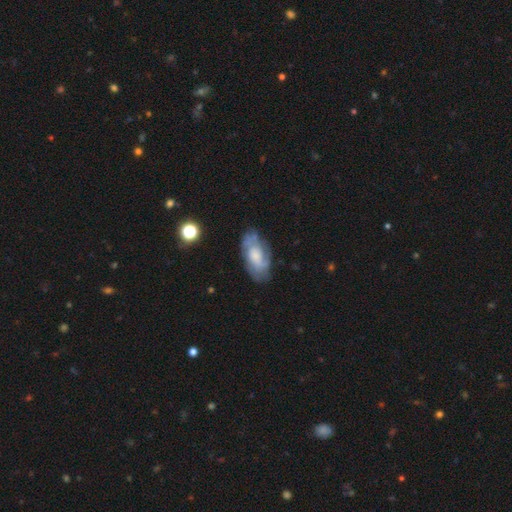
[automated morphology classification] Smooth or featured? featured or disk (65%)
Edge-on disk? no (94%)
Bar? no (69%)
Spiral arms? yes (83%)
Spiral winding? tight (41%, tied with medium)
Spiral arm count? can't tell (41%)
Bulge size? moderate (36%)
Merging? none (67%)